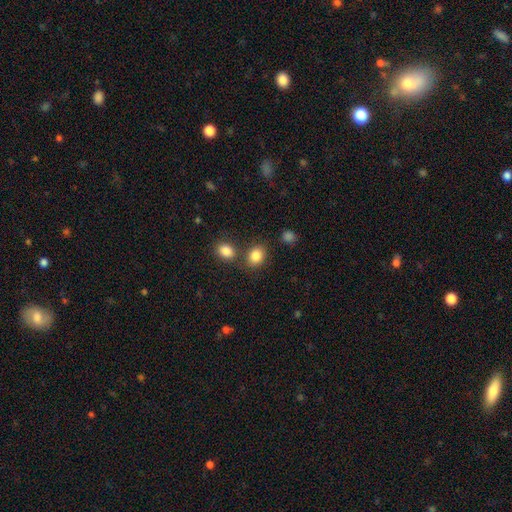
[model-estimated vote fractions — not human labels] smooth 85%, star or artifact 9%, featured or disk 5%. Down the decision tree: how rounded — in between (55%); merging — none (69%).